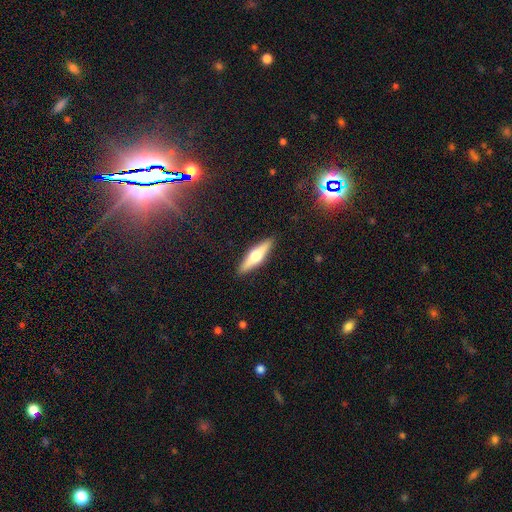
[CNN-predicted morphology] type=featured or disk (52%); edge-on=yes (93%); merging=none (90%).